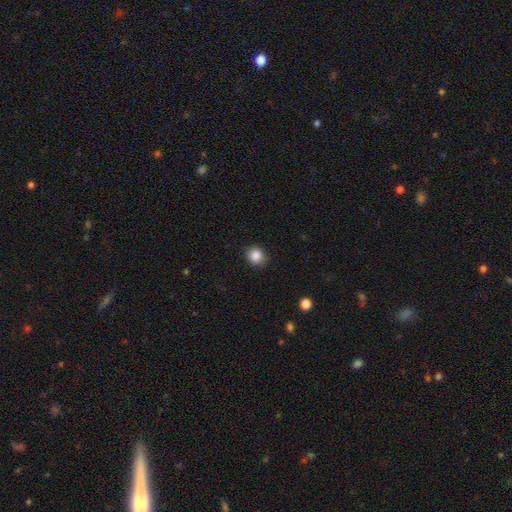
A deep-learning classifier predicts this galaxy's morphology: smooth 87%, star or artifact 10%, featured or disk 3%. Down the decision tree: how rounded — round (80%); merging — none (88%).